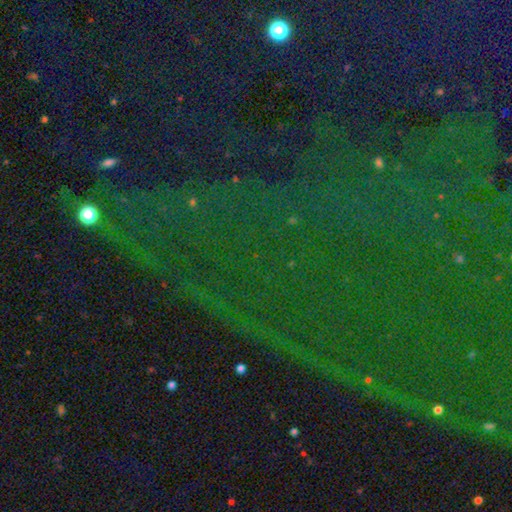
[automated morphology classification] Smooth or featured? Predicted: star or artifact (p=0.86).